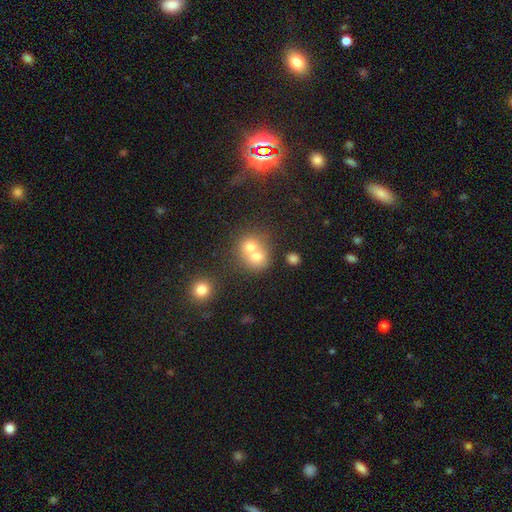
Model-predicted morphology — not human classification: Smooth or featured: smooth — 67% (featured or disk — 20%)
How rounded: round — 76% (in between — 24%)
Merging: merger — 63% (none — 28%)